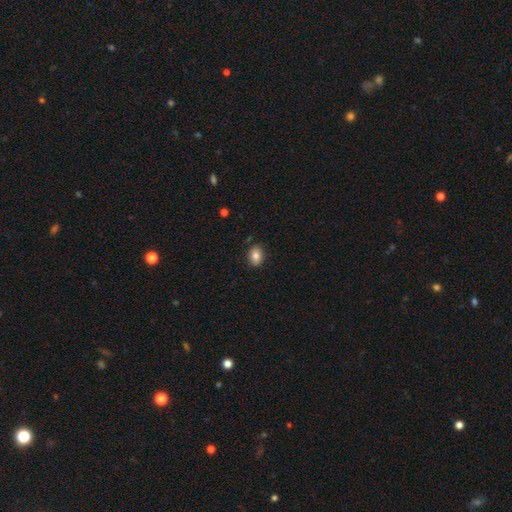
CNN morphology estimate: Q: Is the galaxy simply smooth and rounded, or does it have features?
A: smooth — 82%.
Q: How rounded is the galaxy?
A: in between — 68%.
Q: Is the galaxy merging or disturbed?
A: none — 85%.